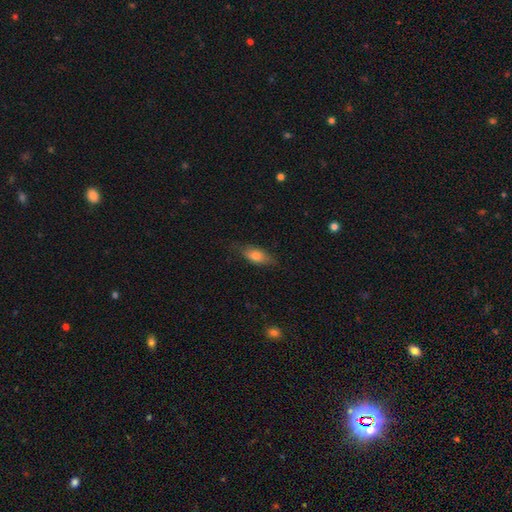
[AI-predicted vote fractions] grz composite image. It shows a smooth galaxy with no disk features (69%) that is in between round and cigar-shaped (74%). Merging: none (76%).